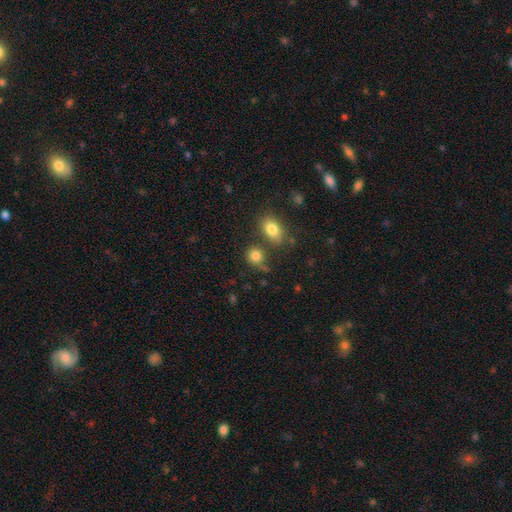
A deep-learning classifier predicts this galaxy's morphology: smooth-or-featured: smooth: 83% | star or artifact: 11% | featured or disk: 6%
  how-rounded: round: 75% | in between: 24% | cigar-shaped: 1%
  merging: none: 65% | merger: 17% | minor disturbance: 14% | major disturbance: 5%